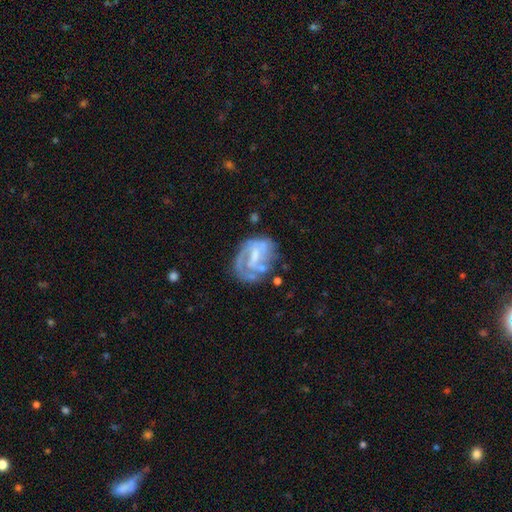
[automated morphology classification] Smooth or featured: featured or disk — 75% (smooth — 17%)
Edge-on disk: no — 97% (yes — 3%)
Bar: weak — 47% (no — 29%)
Spiral arms: yes — 73% (no — 27%)
Spiral winding: tight — 47% (medium — 36%)
Spiral arm count: 2 — 34% (can't tell — 30%)
Bulge size: small — 37% (moderate — 33%)
Merging: none — 48% (minor disturbance — 23%)